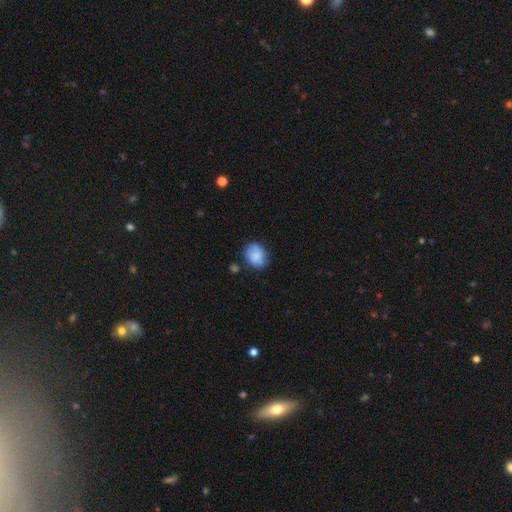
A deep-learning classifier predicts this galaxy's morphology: This is likely a smooth galaxy (79%). How rounded: possibly in between (54%). Merging: likely none (64%).